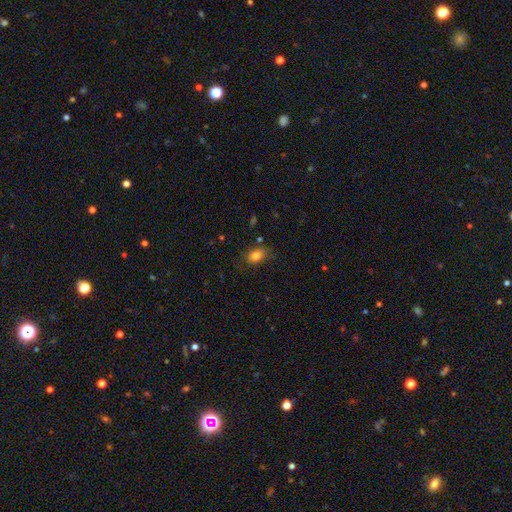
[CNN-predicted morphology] A smooth galaxy with no disk features (81%) that is in between round and cigar-shaped (78%). Merging: none (76%).